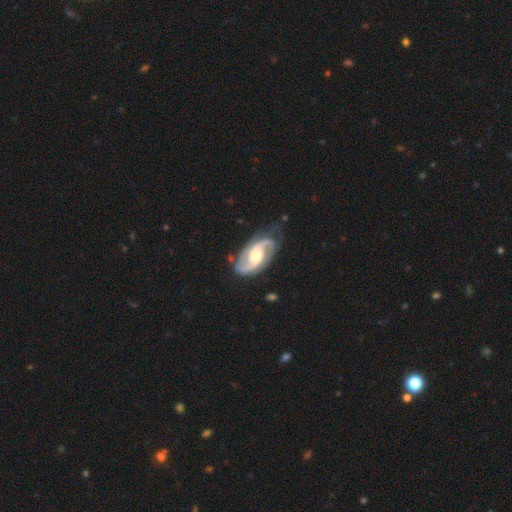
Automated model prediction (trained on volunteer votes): Morphology: type=featured or disk (90%); edge-on=no (97%); bar=no (46%); spiral arms=yes (97%); winding=medium (54%); arm count=2 (90%); bulge=moderate (65%); merging=none (75%).